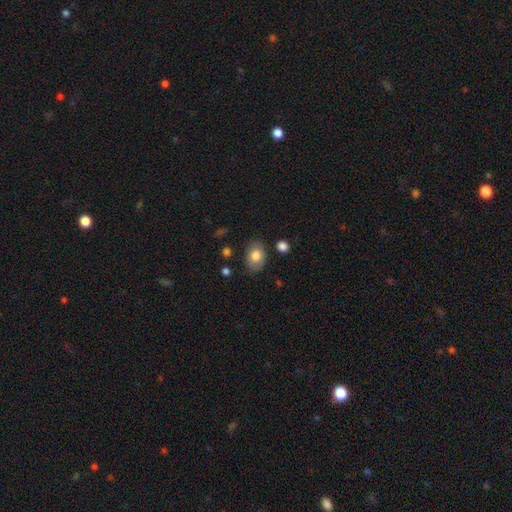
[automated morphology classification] smooth 80%, featured or disk 13%, star or artifact 7%. Down the decision tree: how rounded — in between (78%); merging — none (80%).